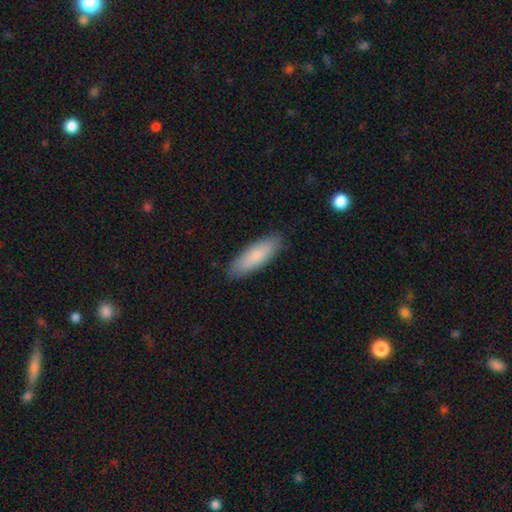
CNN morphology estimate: smooth 81%, featured or disk 13%, star or artifact 6%. Down the decision tree: how rounded — in between (52%); merging — none (88%).